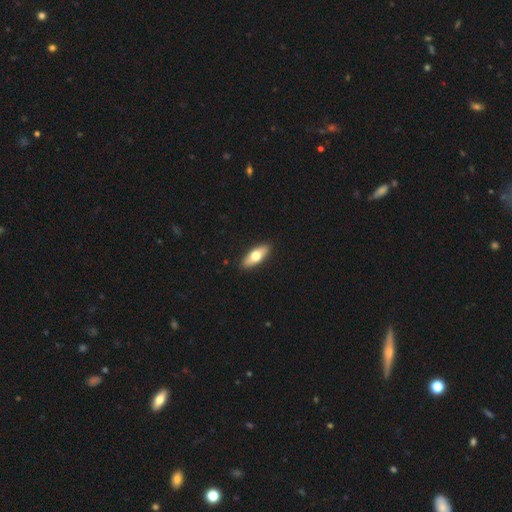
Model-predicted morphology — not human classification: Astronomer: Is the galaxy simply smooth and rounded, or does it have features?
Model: smooth — 63%.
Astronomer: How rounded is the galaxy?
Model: in between — 68%.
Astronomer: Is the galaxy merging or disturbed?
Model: none — 91%.